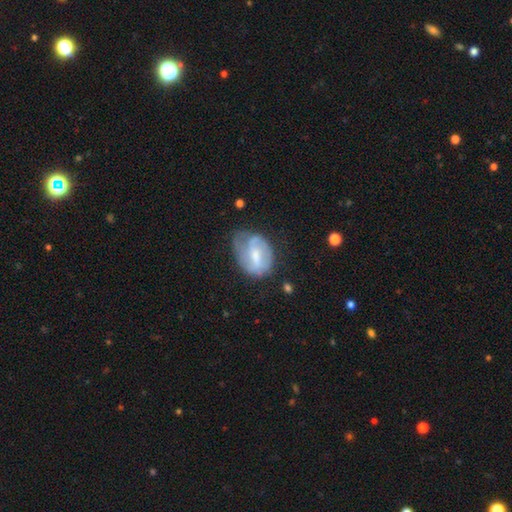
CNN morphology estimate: smooth-or-featured: featured or disk: 54% | smooth: 39% | star or artifact: 7%
  disk-edge-on: no: 96% | yes: 4%
    bar: weak: 50% | no: 27% | strong: 23%
    has-spiral-arms: yes: 62% | no: 38%
    bulge-size: moderate: 44% | small: 34% | none: 14% | large: 6% | dominant: 1%
  merging: none: 42% | minor disturbance: 36% | major disturbance: 20% | merger: 3%